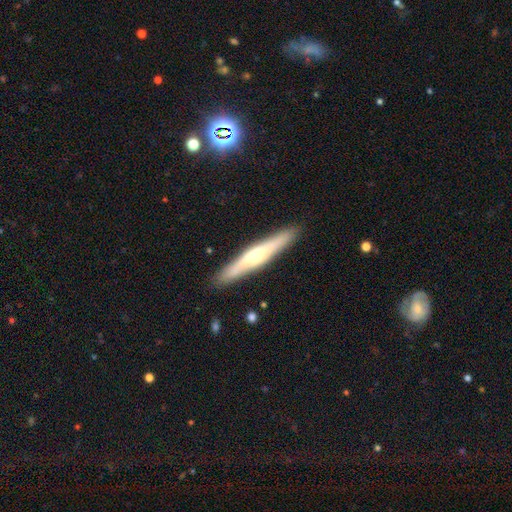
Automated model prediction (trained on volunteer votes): Smooth or featured: featured or disk — 61% (smooth — 33%)
Edge-on disk: yes — 91% (no — 9%)
Edge-on bulge: rounded — 85% (none — 11%)
Merging: none — 90% (minor disturbance — 7%)